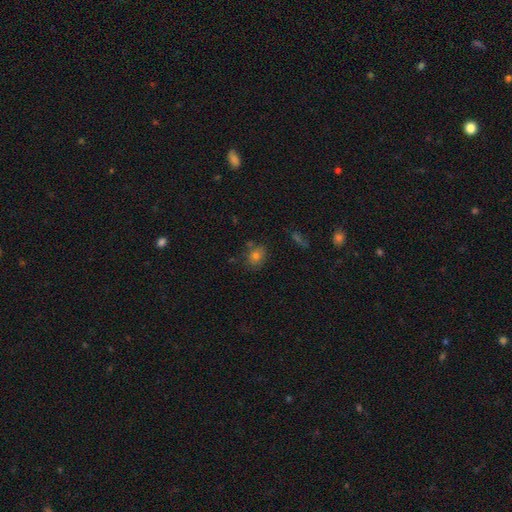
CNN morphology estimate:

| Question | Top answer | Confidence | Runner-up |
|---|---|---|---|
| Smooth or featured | smooth | 74% | star or artifact (15%) |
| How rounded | round | 60% | in between (39%) |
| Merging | none | 73% | minor disturbance (16%) |